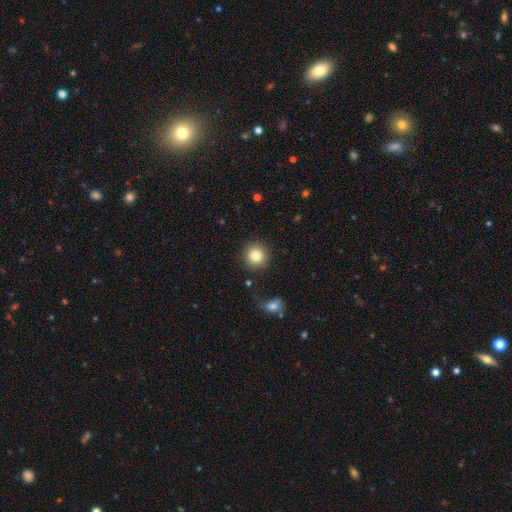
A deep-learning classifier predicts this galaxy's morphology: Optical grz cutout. It shows a smooth galaxy with no disk features (82%) that is round (94%). Merging: none (86%).